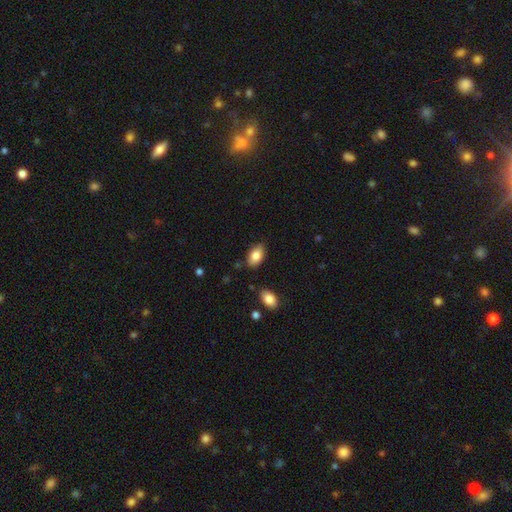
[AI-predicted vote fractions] Smooth or featured: smooth — 83% (featured or disk — 9%)
How rounded: in between — 92% (round — 6%)
Merging: none — 81% (minor disturbance — 14%)